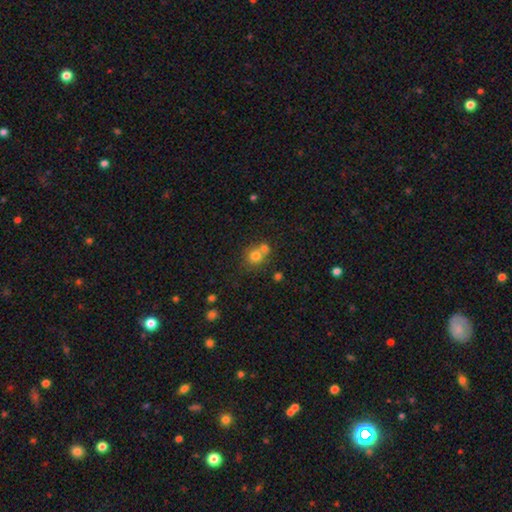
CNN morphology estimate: smooth 75%, star or artifact 12%, featured or disk 12%. Down the decision tree: how rounded — round (82%); merging — merger (47%).